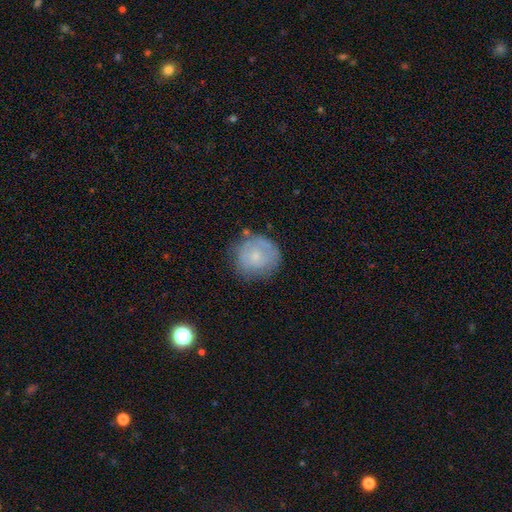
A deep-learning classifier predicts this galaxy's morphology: This appears to be a smooth galaxy with no disk features (59%) that is round (87%). Merging: none (69%).